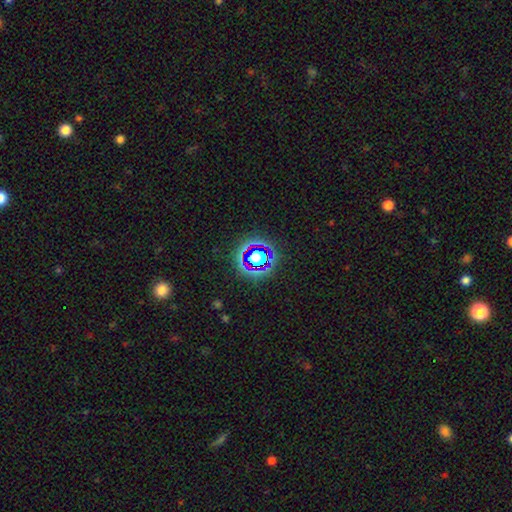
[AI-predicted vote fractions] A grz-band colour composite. It shows a star or artifact, not a galaxy (58%).